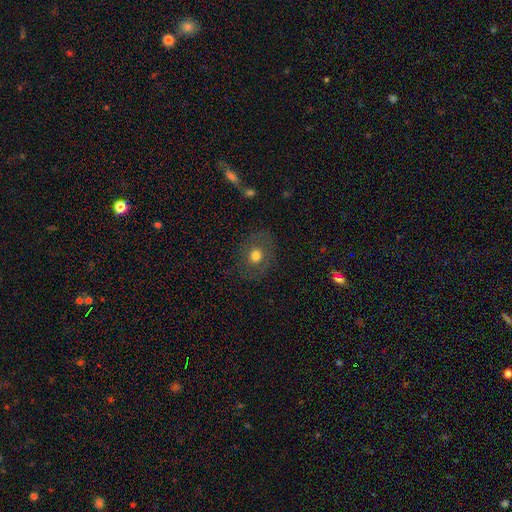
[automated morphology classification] smooth_or_featured: smooth (p=0.63) [alt: featured or disk p=0.26]
how_rounded: round (p=0.66) [alt: in between p=0.33]
merging: none (p=0.81) [alt: minor disturbance p=0.11]